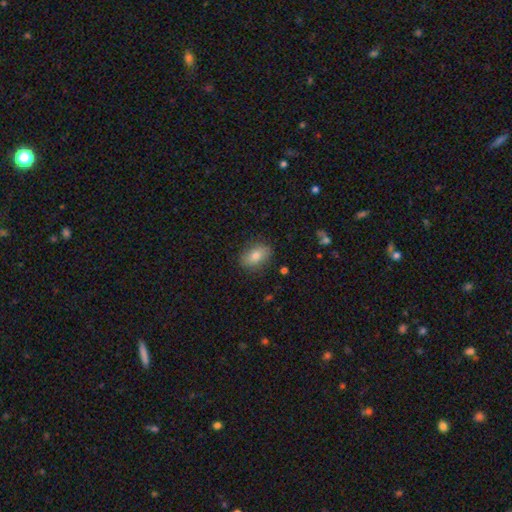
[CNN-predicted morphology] Smooth or featured? Predicted: smooth (p=0.78). How rounded? Predicted: in between (p=0.83). Merging? Predicted: none (p=0.86).